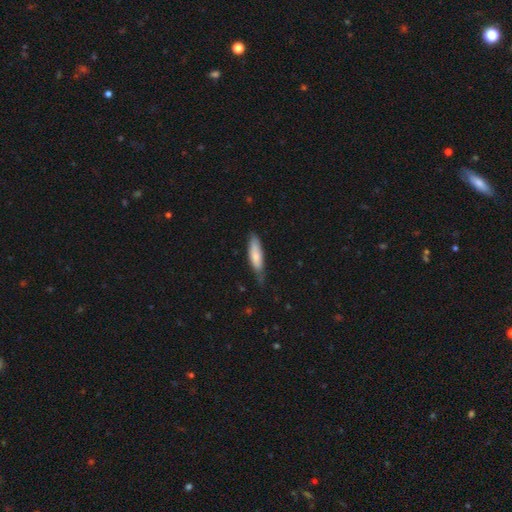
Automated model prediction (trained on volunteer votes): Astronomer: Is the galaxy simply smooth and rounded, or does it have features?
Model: smooth — 75%.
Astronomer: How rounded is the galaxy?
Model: cigar-shaped — 64%.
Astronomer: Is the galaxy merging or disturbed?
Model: none — 63%.